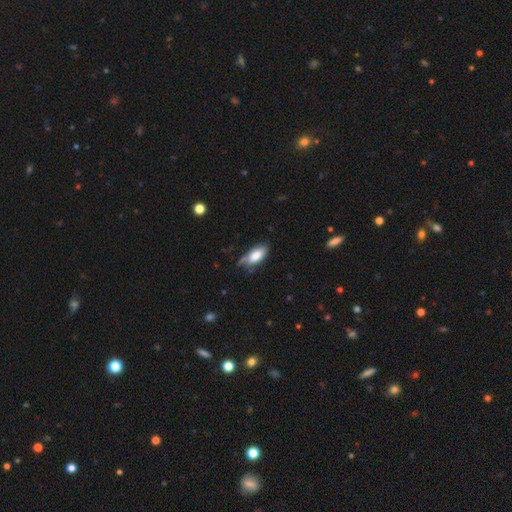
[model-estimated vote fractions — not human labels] Smooth or featured? smooth (79%)
How rounded? in between (87%)
Merging? none (58%)